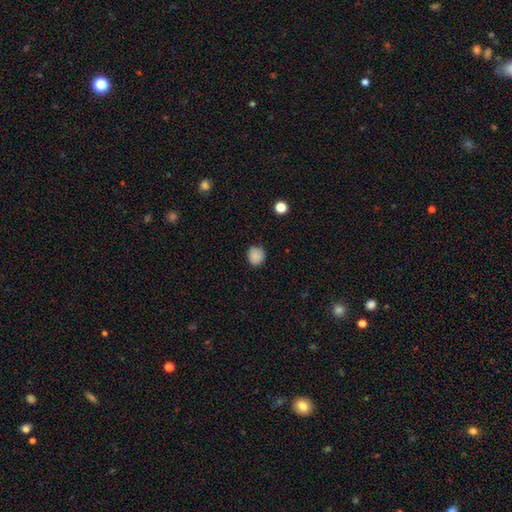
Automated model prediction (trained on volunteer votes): This is clearly a smooth galaxy (86%). How rounded: clearly round (85%). Merging: clearly none (87%).